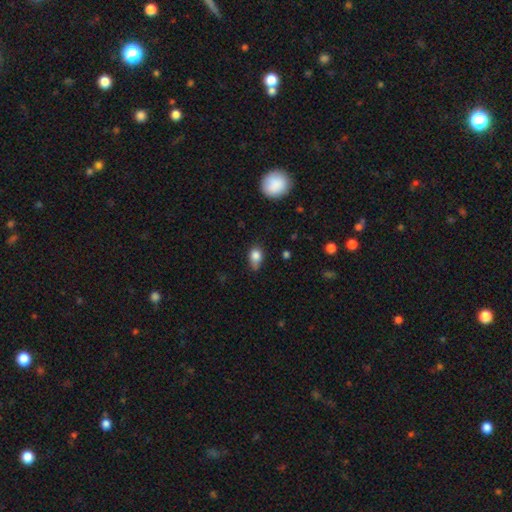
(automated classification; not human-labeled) Q: Smooth or featured?
A: smooth (83%); runner-up: star or artifact (9%)
Q: How rounded?
A: in between (66%); runner-up: round (32%)
Q: Merging?
A: none (47%); runner-up: minor disturbance (39%)